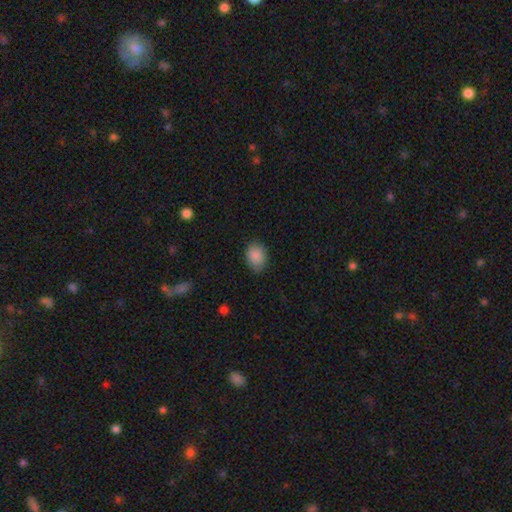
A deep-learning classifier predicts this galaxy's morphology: A smooth galaxy with no disk features (88%) that is in between round and cigar-shaped (65%).

Vote fractions:
- Smooth or featured? smooth: 88% / star or artifact: 8% / featured or disk: 5%
- How rounded? in between: 65% / round: 34% / cigar-shaped: 1%
- Merging? none: 78% / minor disturbance: 18% / major disturbance: 3% / merger: 1%